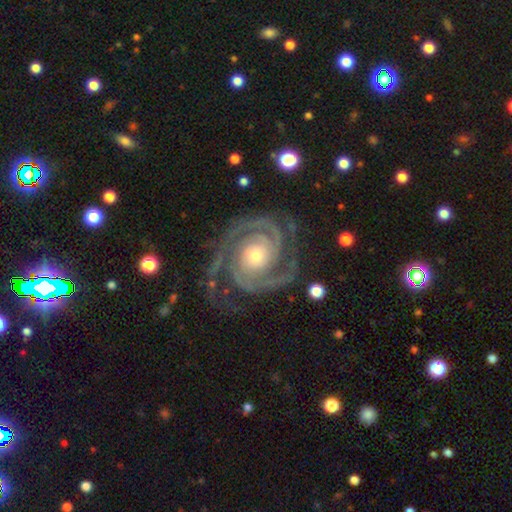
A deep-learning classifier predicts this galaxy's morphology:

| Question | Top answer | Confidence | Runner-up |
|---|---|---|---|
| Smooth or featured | featured or disk | 94% | star or artifact (4%) |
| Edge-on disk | no | 98% | yes (2%) |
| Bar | no | 74% | weak (17%) |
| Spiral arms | yes | 99% | no (1%) |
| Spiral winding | tight | 70% | medium (26%) |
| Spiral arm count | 2 | 74% | 3 (13%) |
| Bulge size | moderate | 47% | small (45%) |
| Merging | none | 75% | minor disturbance (15%) |